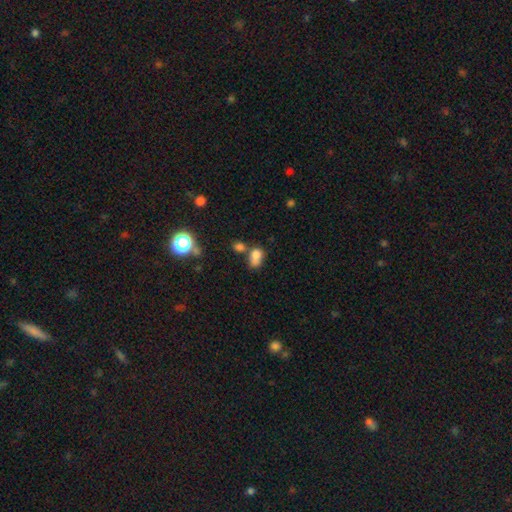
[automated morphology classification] smooth-or-featured: smooth: 77% | star or artifact: 13% | featured or disk: 10%
  how-rounded: in between: 76% | round: 22% | cigar-shaped: 2%
  merging: merger: 41% | none: 31% | minor disturbance: 17% | major disturbance: 10%